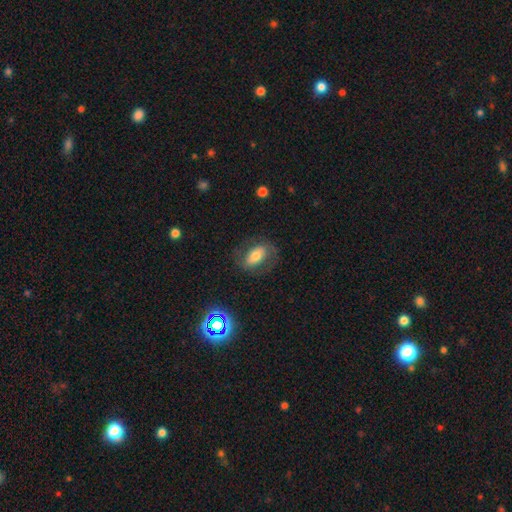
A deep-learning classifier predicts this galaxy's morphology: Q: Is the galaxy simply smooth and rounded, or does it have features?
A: smooth — 49%.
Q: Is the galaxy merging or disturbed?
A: none — 73%.